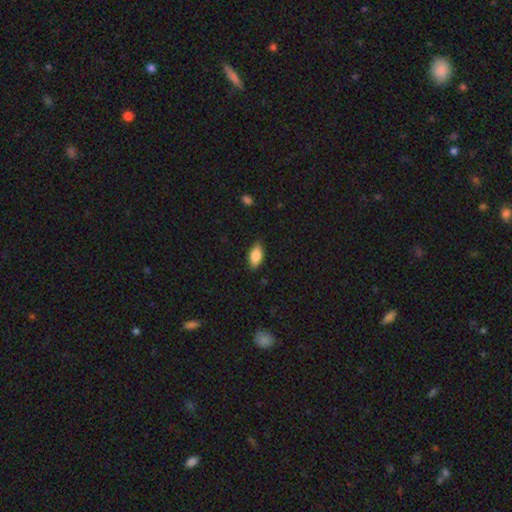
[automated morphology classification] smooth 81%, featured or disk 12%, star or artifact 7%. Down the decision tree: how rounded — in between (89%); merging — none (85%).